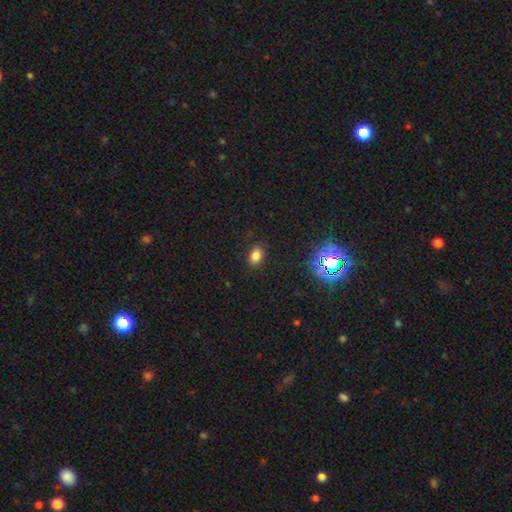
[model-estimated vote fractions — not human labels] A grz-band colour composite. It shows a smooth galaxy with no disk features (78%) that is in between round and cigar-shaped (77%). Merging: none (86%).